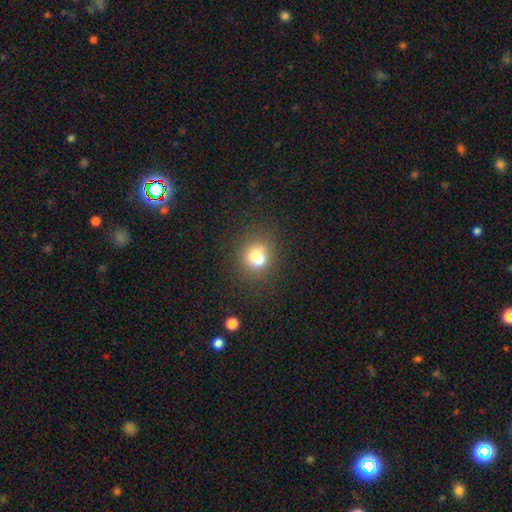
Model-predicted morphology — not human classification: Overall: smooth (68%). How rounded: round (74%). Merging: none (48%; merger 37%).